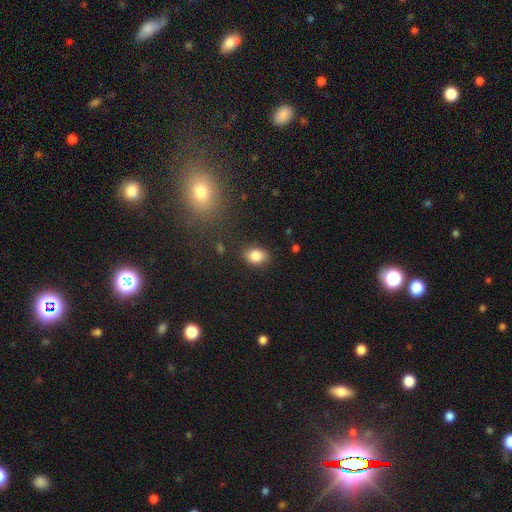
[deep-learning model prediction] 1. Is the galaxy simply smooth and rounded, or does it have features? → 85% smooth, 9% star or artifact, 6% featured or disk.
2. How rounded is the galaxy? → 70% in between, 28% round, 1% cigar-shaped.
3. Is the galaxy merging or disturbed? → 83% none, 12% minor disturbance, 3% major disturbance, 2% merger.